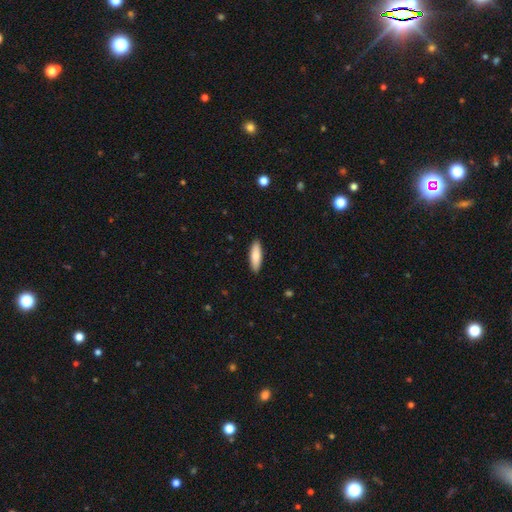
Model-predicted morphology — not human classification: Q: Smooth or featured?
A: smooth (81%); runner-up: featured or disk (14%)
Q: How rounded?
A: in between (50%); runner-up: cigar-shaped (48%)
Q: Merging?
A: none (91%); runner-up: minor disturbance (7%)